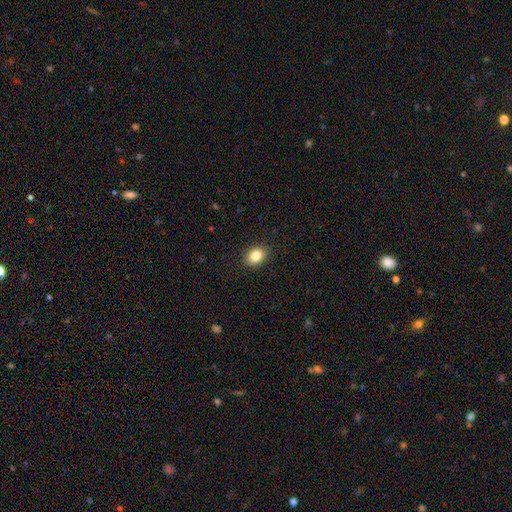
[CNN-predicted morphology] Q: Smooth or featured?
A: smooth (85%); runner-up: star or artifact (9%)
Q: How rounded?
A: in between (66%); runner-up: round (33%)
Q: Merging?
A: none (90%); runner-up: minor disturbance (7%)